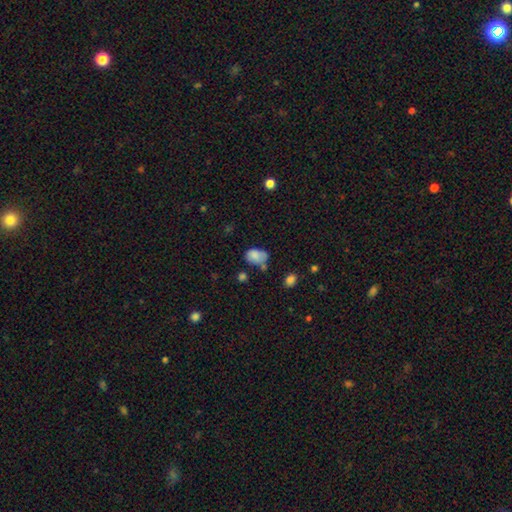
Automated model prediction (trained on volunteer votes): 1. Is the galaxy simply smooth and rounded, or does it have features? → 78% smooth, 13% featured or disk, 10% star or artifact.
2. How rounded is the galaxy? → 78% in between, 21% round, 1% cigar-shaped.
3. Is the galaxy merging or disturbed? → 38% none, 33% minor disturbance, 16% major disturbance, 13% merger.